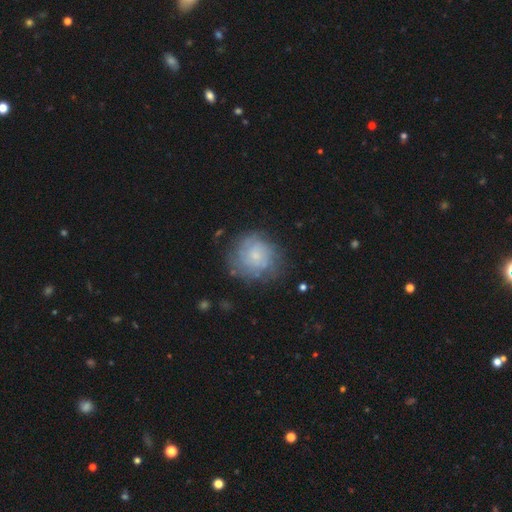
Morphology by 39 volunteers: Smooth or featured?
  - featured or disk: 72% *
  - smooth: 26%
  - star or artifact: 3%
Edge-on disk?
  - no: 100% *
  - yes: 0%
Bar?
  - no: 79% *
  - weak: 18%
  - strong: 4%
Spiral arms?
  - yes: 93% *
  - no: 7%
Spiral winding?
  - tight: 73% *
  - medium: 23%
  - loose: 4%
Spiral arm count?
  - can't tell: 62% *
  - more than 4: 19%
  - 4: 12%
  - 3: 8%
  - 1: 0%
  - 2: 0%
Bulge size?
  - small: 57% *
  - moderate: 32%
  - none: 7%
  - large: 4%
  - dominant: 0%
Merging?
  - none: 66% *
  - minor disturbance: 26%
  - major disturbance: 5%
  - merger: 3%